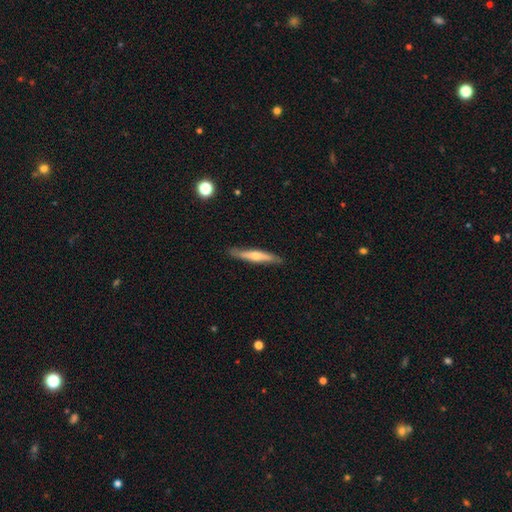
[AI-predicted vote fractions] Smooth or featured? Predicted: featured or disk (p=0.49). Merging? Predicted: none (p=0.86).